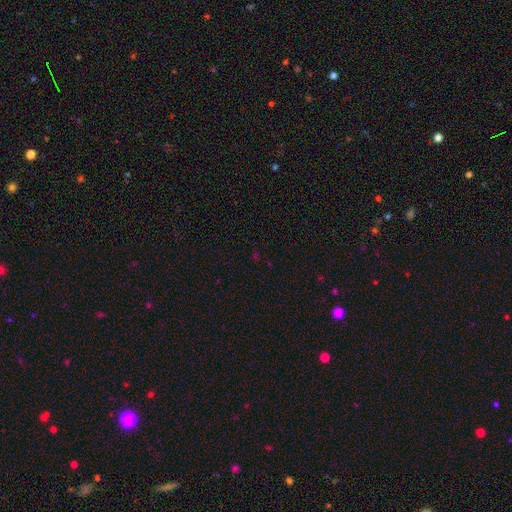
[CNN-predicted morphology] smooth-or-featured: star or artifact: 64% | smooth: 28% | featured or disk: 8%